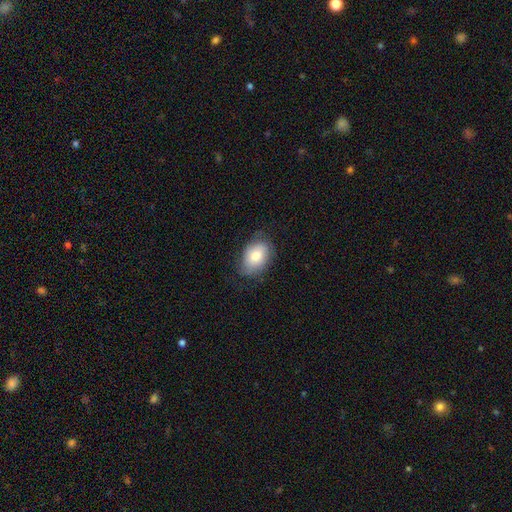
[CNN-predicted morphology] smooth-or-featured: smooth: 73% | featured or disk: 19% | star or artifact: 7%
  how-rounded: in between: 84% | round: 15% | cigar-shaped: 1%
  merging: none: 71% | minor disturbance: 22% | major disturbance: 6% | merger: 1%